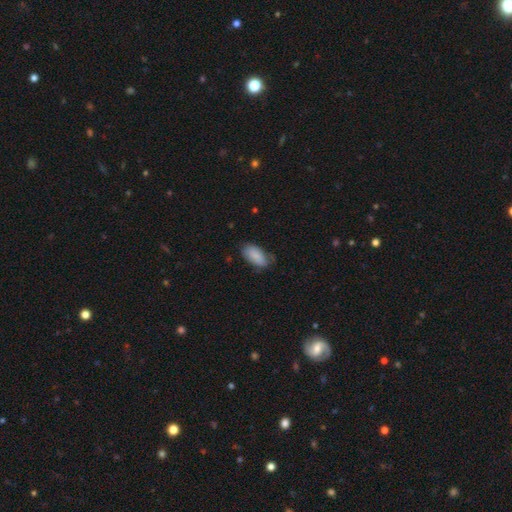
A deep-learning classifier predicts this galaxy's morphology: smooth_or_featured: smooth (p=0.86) [alt: featured or disk p=0.07]
how_rounded: in between (p=0.93) [alt: cigar-shaped p=0.04]
merging: none (p=0.67) [alt: minor disturbance p=0.27]